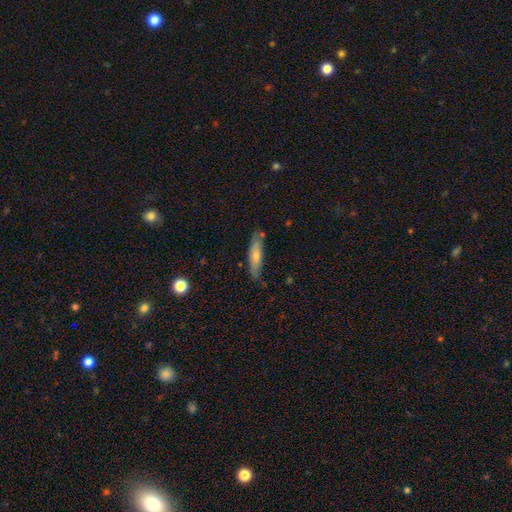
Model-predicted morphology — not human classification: smooth_or_featured: smooth (p=0.68) [alt: featured or disk p=0.26]
how_rounded: cigar-shaped (p=0.77) [alt: in between p=0.22]
merging: none (p=0.75) [alt: minor disturbance p=0.18]